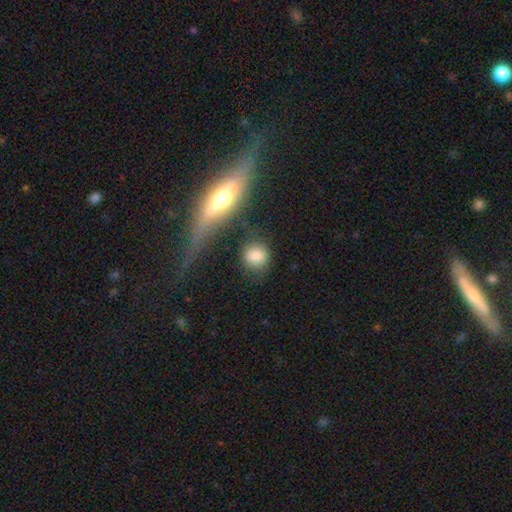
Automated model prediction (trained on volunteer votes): smooth 81%, featured or disk 10%, star or artifact 9%. Down the decision tree: how rounded — round (83%); merging — none (76%).